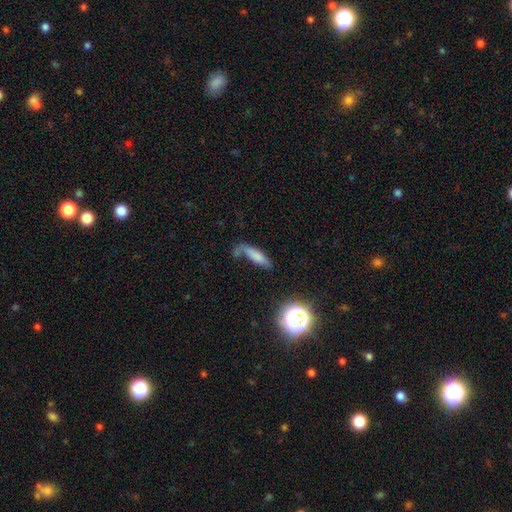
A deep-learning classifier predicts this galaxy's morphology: smooth 72%, featured or disk 16%, star or artifact 12%. Down the decision tree: how rounded — cigar-shaped (60%); merging — none (48%).